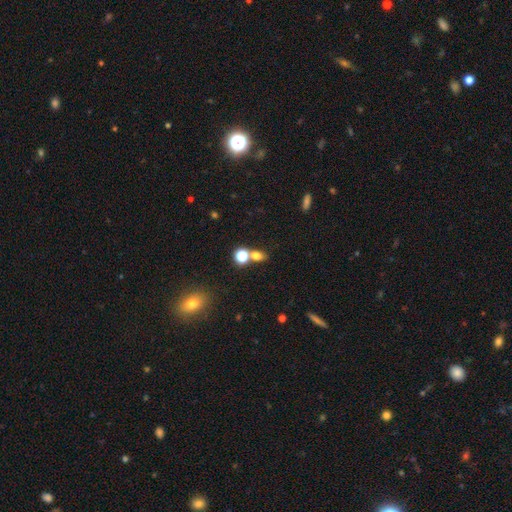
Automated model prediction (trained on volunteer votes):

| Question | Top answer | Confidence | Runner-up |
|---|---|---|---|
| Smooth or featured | smooth | 70% | star or artifact (20%) |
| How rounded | in between | 55% | round (42%) |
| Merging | none | 53% | merger (34%) |